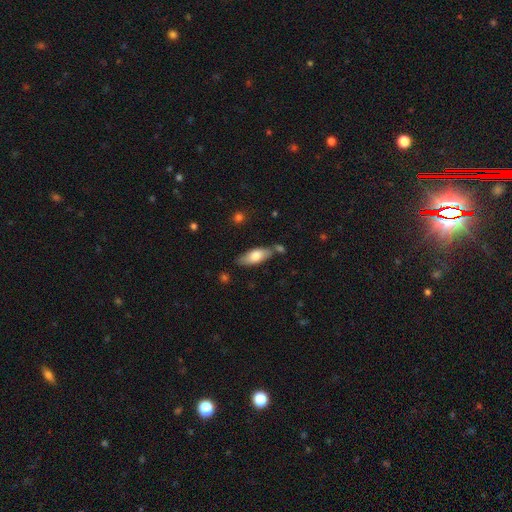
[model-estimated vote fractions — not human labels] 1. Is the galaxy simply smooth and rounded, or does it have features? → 72% smooth, 22% featured or disk, 6% star or artifact.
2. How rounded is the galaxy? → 71% in between, 27% cigar-shaped, 2% round.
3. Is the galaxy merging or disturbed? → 70% none, 16% minor disturbance, 10% merger, 4% major disturbance.